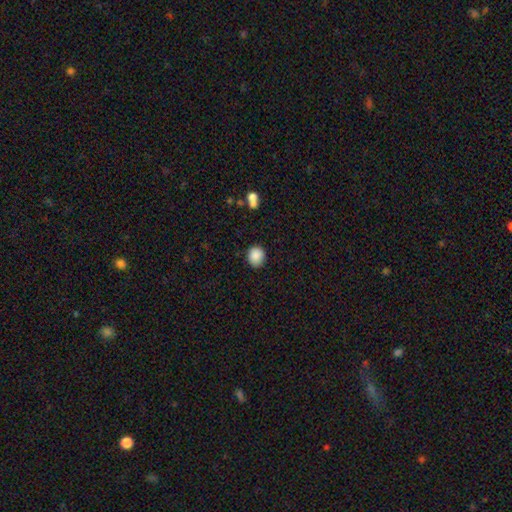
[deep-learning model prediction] Q: Smooth or featured?
A: smooth (88%); runner-up: star or artifact (8%)
Q: How rounded?
A: round (80%); runner-up: in between (19%)
Q: Merging?
A: none (87%); runner-up: minor disturbance (9%)